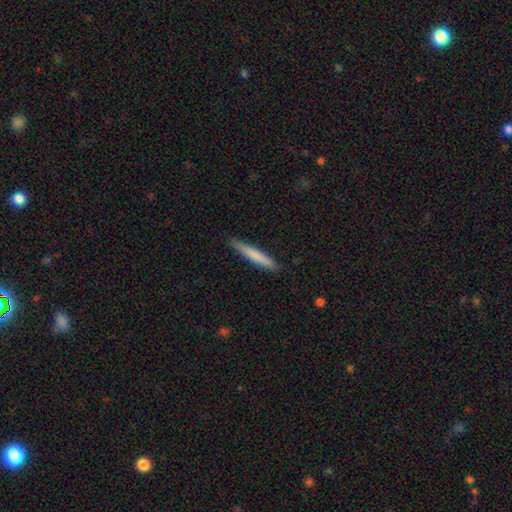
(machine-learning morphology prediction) smooth-or-featured: smooth: 73% | featured or disk: 22% | star or artifact: 5%
  how-rounded: cigar-shaped: 95% | in between: 4% | round: 1%
  merging: none: 87% | minor disturbance: 10% | major disturbance: 2% | merger: 1%